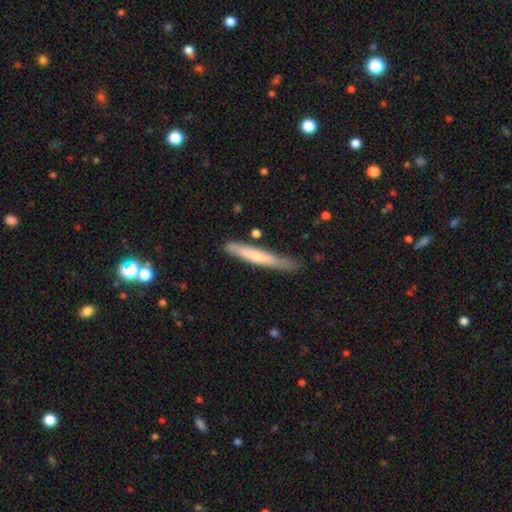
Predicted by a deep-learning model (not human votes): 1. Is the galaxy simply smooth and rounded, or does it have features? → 61% smooth, 34% featured or disk, 5% star or artifact.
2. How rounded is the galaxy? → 94% cigar-shaped, 4% in between, 1% round.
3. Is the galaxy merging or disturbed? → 71% none, 21% minor disturbance, 4% major disturbance, 3% merger.